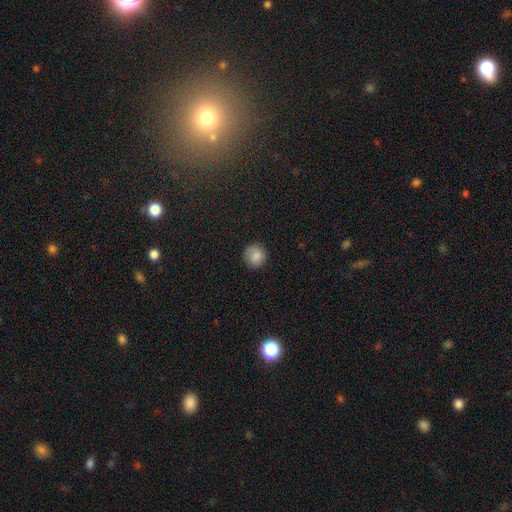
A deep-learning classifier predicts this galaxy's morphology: A smooth galaxy with no disk features (84%) that is round (91%).

Vote fractions:
- Smooth or featured? smooth: 84% / star or artifact: 9% / featured or disk: 7%
- How rounded? round: 91% / in between: 8% / cigar-shaped: 1%
- Merging? none: 85% / minor disturbance: 12% / major disturbance: 3% / merger: 1%